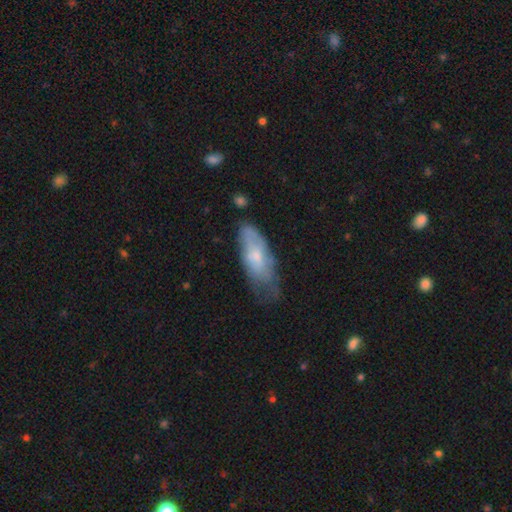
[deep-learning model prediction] A smooth galaxy with no disk features (57%) that is in between round and cigar-shaped (74%). Merging: none (43%).